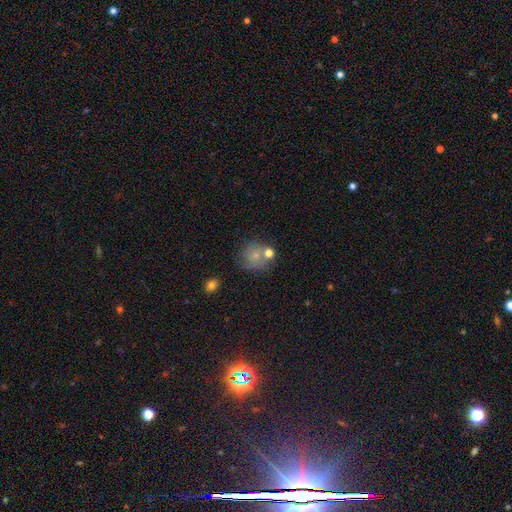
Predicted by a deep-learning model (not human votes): The model was most divided on "merging": none: 54%, minor disturbance: 19%, merger: 17%, major disturbance: 10%. More confident: how rounded — round (82%); smooth or featured — smooth (62%).